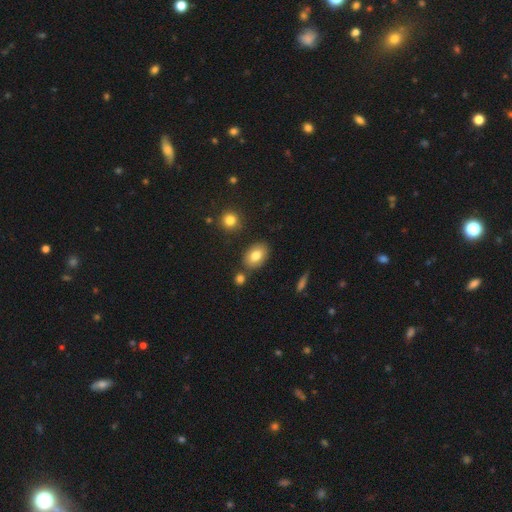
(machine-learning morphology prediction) This is likely a smooth galaxy (79%). How rounded: clearly in between (83%). Merging: likely none (79%).